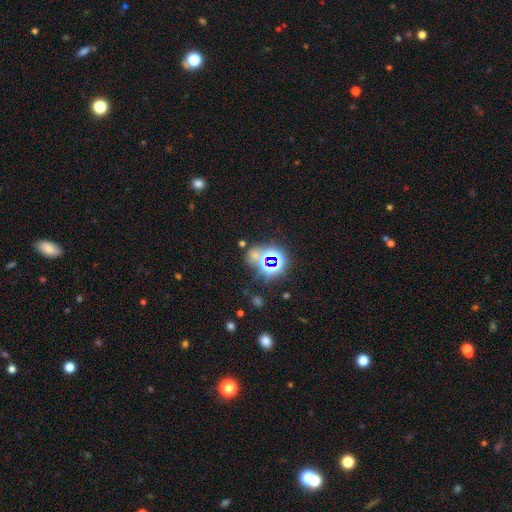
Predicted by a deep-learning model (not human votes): Smooth or featured?
  - star or artifact: 61% *
  - smooth: 29%
  - featured or disk: 10%